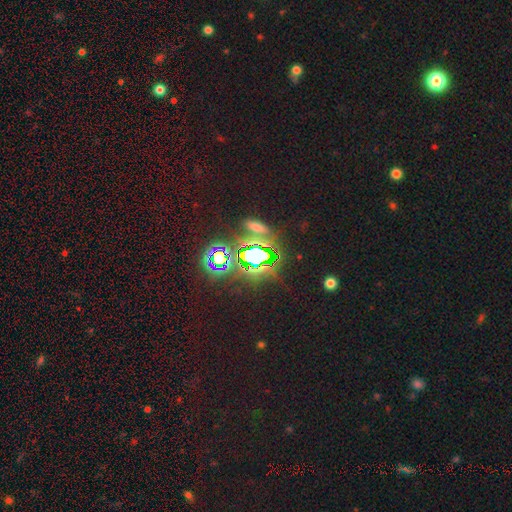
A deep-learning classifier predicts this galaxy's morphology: A star or artifact, not a galaxy (72%).

Vote fractions:
- Smooth or featured? star or artifact: 72% / smooth: 18% / featured or disk: 10%